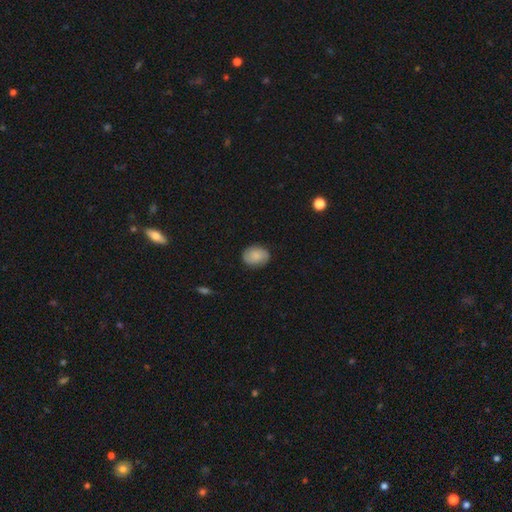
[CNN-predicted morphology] This appears to be a smooth galaxy with no disk features (75%) that is in between round and cigar-shaped (59%). Merging: none (84%).